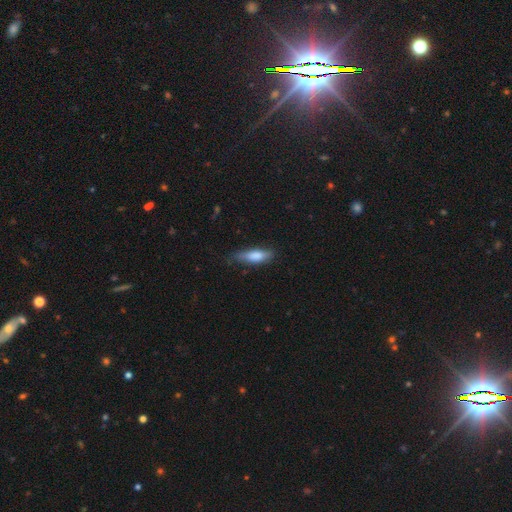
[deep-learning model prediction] Morphology: type=smooth (80%); roundness=in between (52%); merging=none (67%).